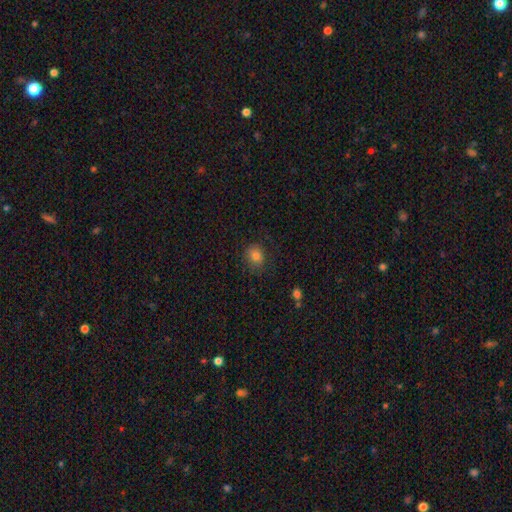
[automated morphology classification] This appears to be a smooth galaxy with no disk features (82%) that is round (64%). Merging: none (77%).